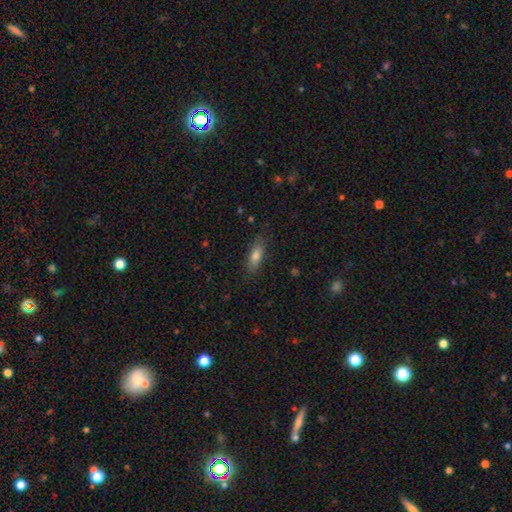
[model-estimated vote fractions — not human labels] smooth_or_featured: smooth (p=0.76) [alt: featured or disk p=0.16]
how_rounded: in between (p=0.61) [alt: cigar-shaped p=0.36]
merging: none (p=0.83) [alt: minor disturbance p=0.13]